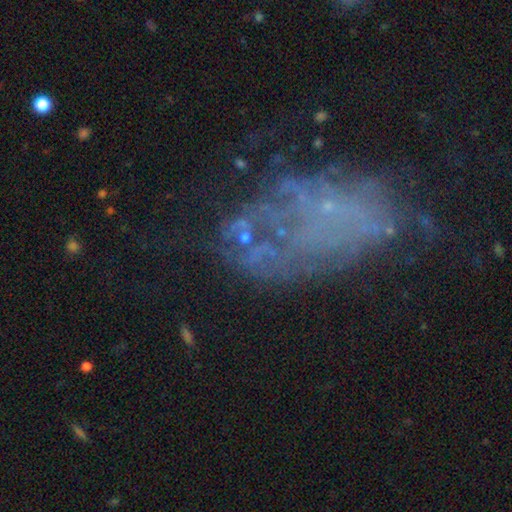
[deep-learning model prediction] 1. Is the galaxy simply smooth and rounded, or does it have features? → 56% featured or disk, 24% star or artifact, 19% smooth.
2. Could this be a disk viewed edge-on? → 97% no, 3% yes.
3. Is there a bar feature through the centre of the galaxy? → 91% no, 7% weak, 3% strong.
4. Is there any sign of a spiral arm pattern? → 83% no, 17% yes.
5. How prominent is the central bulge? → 64% none, 28% small, 5% moderate, 1% large, 1% dominant.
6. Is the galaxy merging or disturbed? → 39% none, 32% major disturbance, 19% minor disturbance, 10% merger.